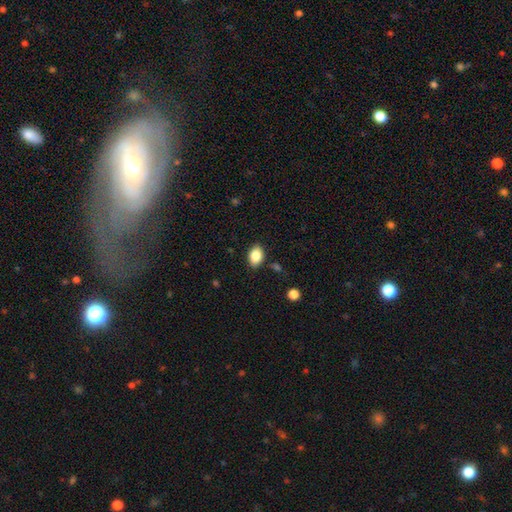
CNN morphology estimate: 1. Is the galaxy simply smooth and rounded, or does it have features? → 86% smooth, 8% star or artifact, 6% featured or disk.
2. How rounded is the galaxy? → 82% in between, 16% round, 1% cigar-shaped.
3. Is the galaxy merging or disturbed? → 85% none, 10% minor disturbance, 2% major disturbance, 2% merger.